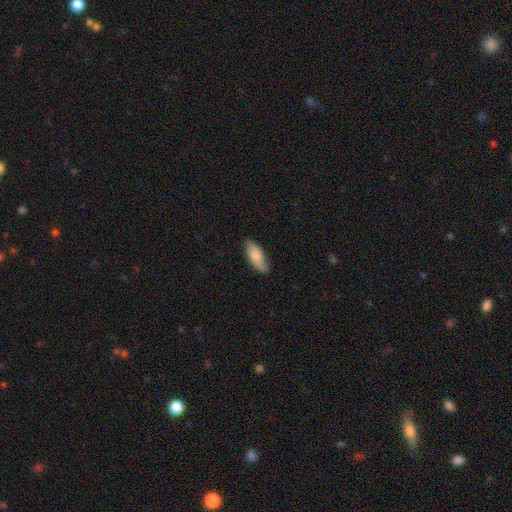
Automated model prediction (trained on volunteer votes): Smooth or featured?
  - smooth: 81% *
  - featured or disk: 14%
  - star or artifact: 6%
How rounded?
  - in between: 75% *
  - cigar-shaped: 23%
  - round: 2%
Merging?
  - none: 78% *
  - minor disturbance: 18%
  - major disturbance: 3%
  - merger: 1%